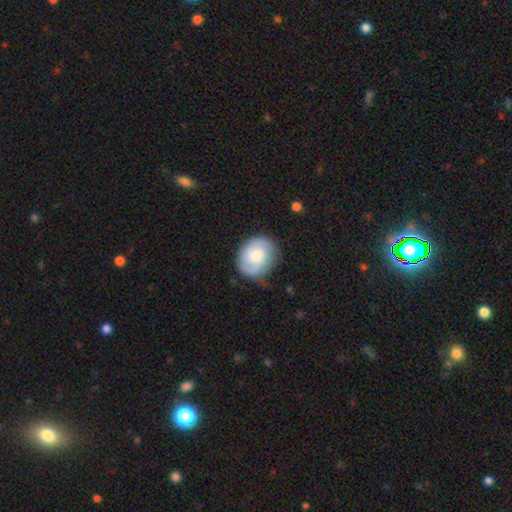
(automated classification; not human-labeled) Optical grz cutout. It shows a smooth galaxy with no disk features (47%). Merging: none (69%).